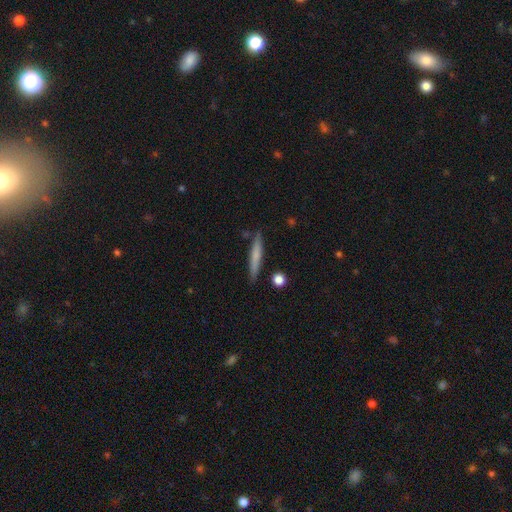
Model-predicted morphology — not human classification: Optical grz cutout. It shows a smooth galaxy with no disk features (65%) that is cigar-shaped (94%). Merging: none (84%).